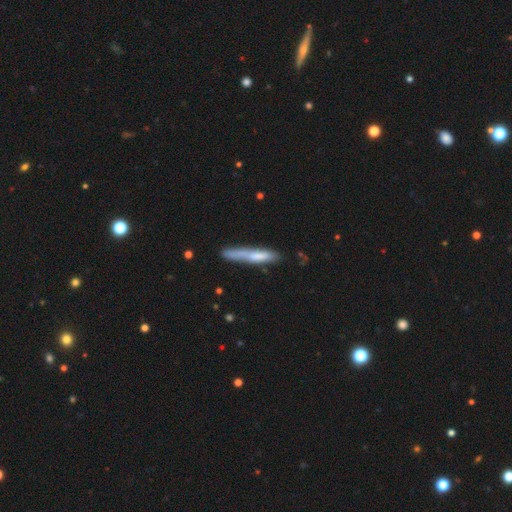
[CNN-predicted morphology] Smooth or featured?
  - smooth: 64% *
  - featured or disk: 30%
  - star or artifact: 6%
How rounded?
  - cigar-shaped: 93% *
  - in between: 6%
  - round: 1%
Merging?
  - none: 63% *
  - minor disturbance: 25%
  - major disturbance: 7%
  - merger: 6%